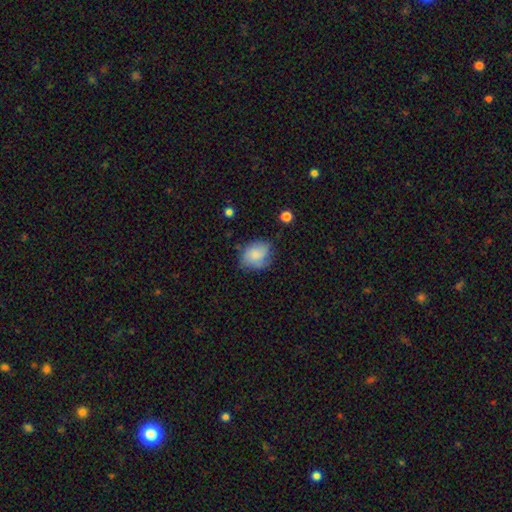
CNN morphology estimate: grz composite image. It shows a smooth galaxy with no disk features (76%) that is in between round and cigar-shaped (55%). Merging: none (62%).